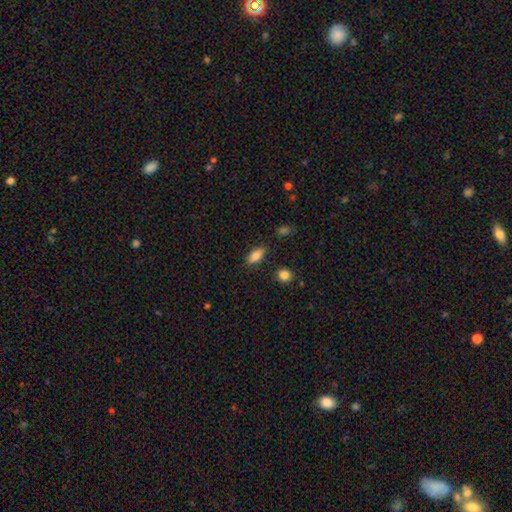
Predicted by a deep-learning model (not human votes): smooth 82%, featured or disk 10%, star or artifact 8%. Down the decision tree: how rounded — in between (85%); merging — none (84%).